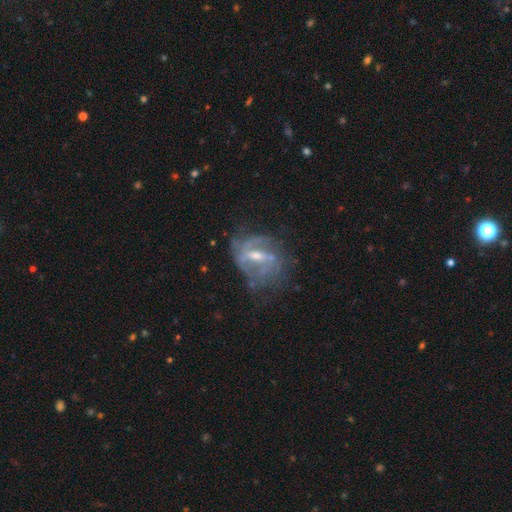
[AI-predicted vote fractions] Overall: featured or disk (76%). Edge-on disk: no (93%). Bar: weak (44%; strong 38%). Spiral arms: yes (65%; no 35%). Bulge size: moderate (48%; small 42%). Merging: none (50%; minor disturbance 24%).